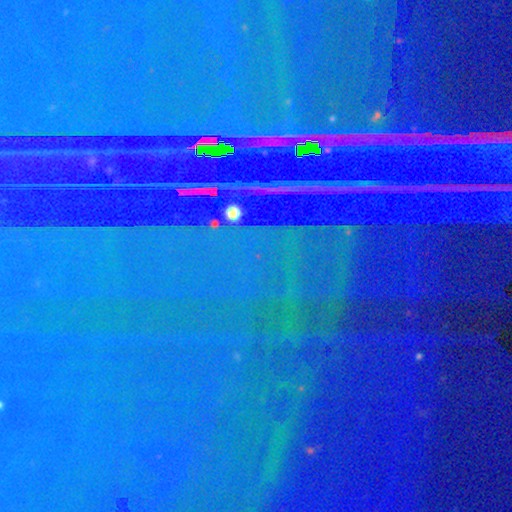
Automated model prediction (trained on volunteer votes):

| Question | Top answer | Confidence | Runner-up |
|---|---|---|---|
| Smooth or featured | star or artifact | 89% | featured or disk (6%) |